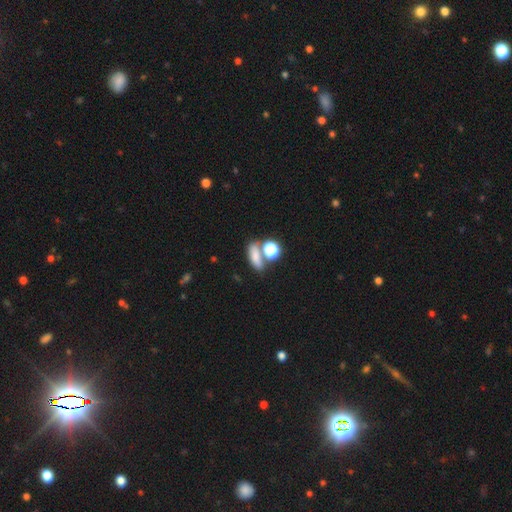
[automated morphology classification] A smooth galaxy with no disk features (75%) that is in between round and cigar-shaped (59%). Merging: none (52%).